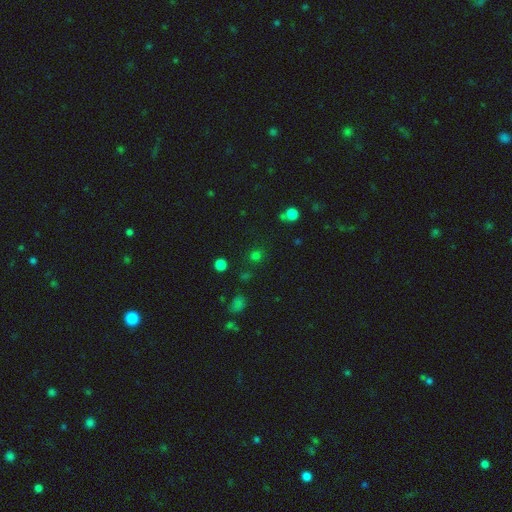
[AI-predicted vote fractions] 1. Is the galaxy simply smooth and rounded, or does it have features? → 68% smooth, 27% star or artifact, 5% featured or disk.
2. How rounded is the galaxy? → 87% round, 11% in between, 1% cigar-shaped.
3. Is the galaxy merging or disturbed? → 80% none, 9% minor disturbance, 6% merger, 4% major disturbance.